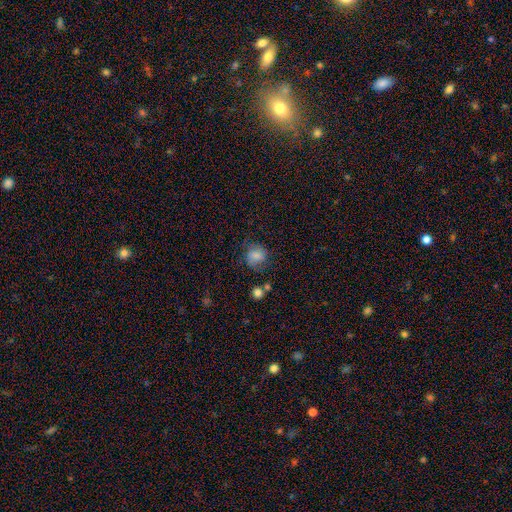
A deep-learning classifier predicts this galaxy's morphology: A smooth galaxy with no disk features (75%) that is round (72%). Merging: none (64%).